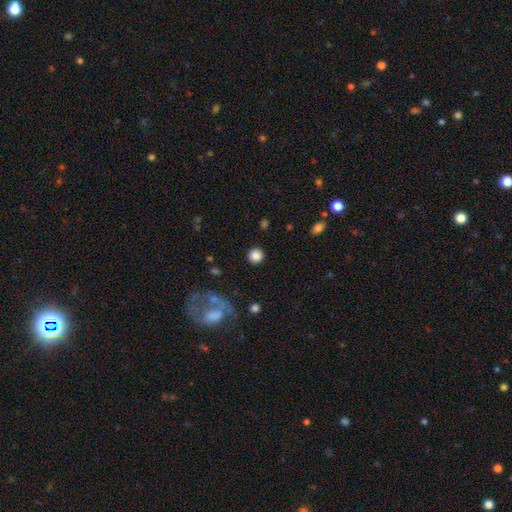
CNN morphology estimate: Smooth or featured: smooth — 85% (star or artifact — 10%)
How rounded: round — 92% (in between — 7%)
Merging: none — 89% (minor disturbance — 6%)